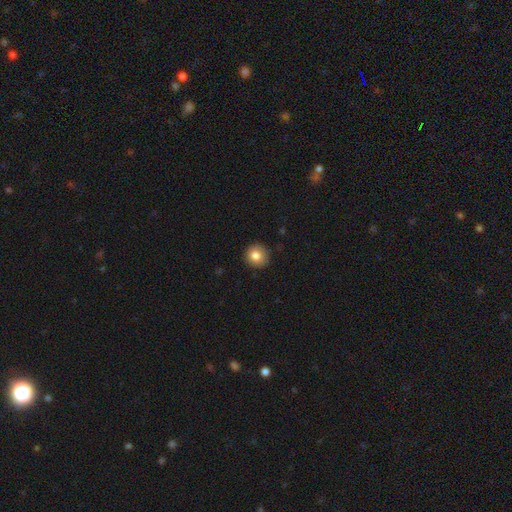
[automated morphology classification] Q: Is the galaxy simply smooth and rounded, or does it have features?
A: smooth — 83%.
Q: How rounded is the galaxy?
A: round — 92%.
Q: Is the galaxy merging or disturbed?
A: none — 90%.